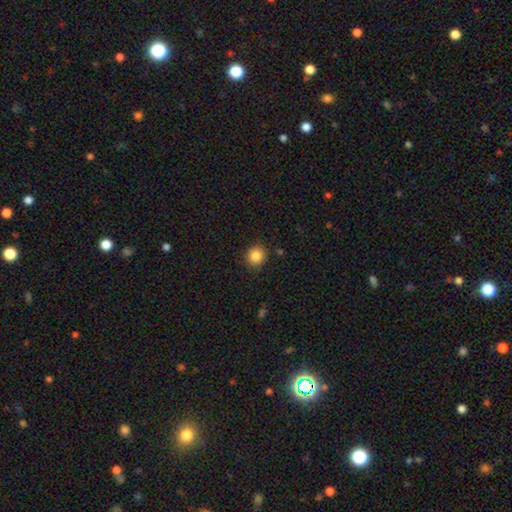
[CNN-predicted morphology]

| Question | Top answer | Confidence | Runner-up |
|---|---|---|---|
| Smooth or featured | smooth | 86% | star or artifact (10%) |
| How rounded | round | 90% | in between (9%) |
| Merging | none | 88% | minor disturbance (8%) |